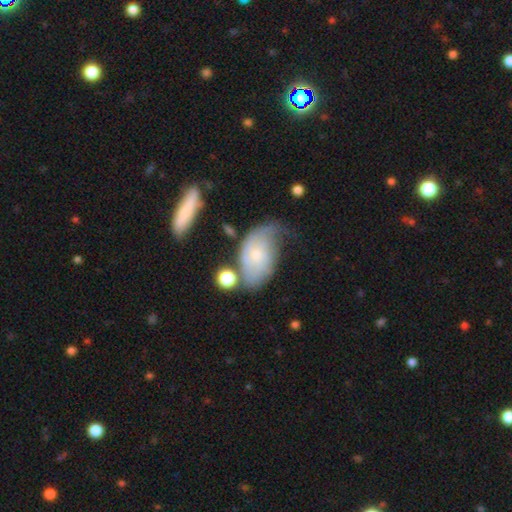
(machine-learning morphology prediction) A featured or disk galaxy (48%).

Vote fractions:
- Smooth or featured? featured or disk: 48% / smooth: 45% / star or artifact: 7%
- Merging? none: 32% / minor disturbance: 31% / major disturbance: 27% / merger: 10%